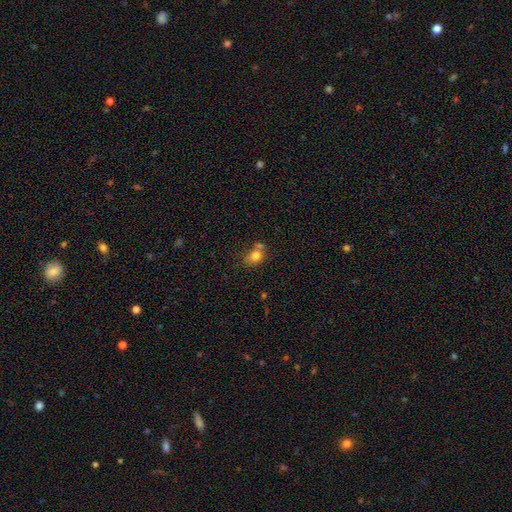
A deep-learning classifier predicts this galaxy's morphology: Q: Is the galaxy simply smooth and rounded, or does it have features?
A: smooth — 78%.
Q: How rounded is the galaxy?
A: round — 50%.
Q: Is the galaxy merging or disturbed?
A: none — 51%.